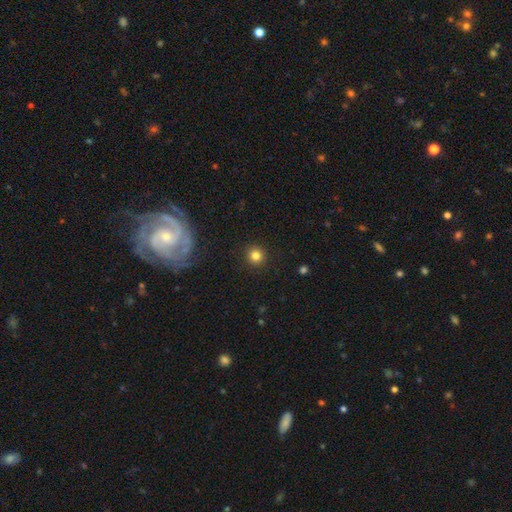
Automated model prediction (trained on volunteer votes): smooth_or_featured: smooth (p=0.82) [alt: star or artifact p=0.12]
how_rounded: round (p=0.93) [alt: in between p=0.06]
merging: none (p=0.91) [alt: minor disturbance p=0.05]